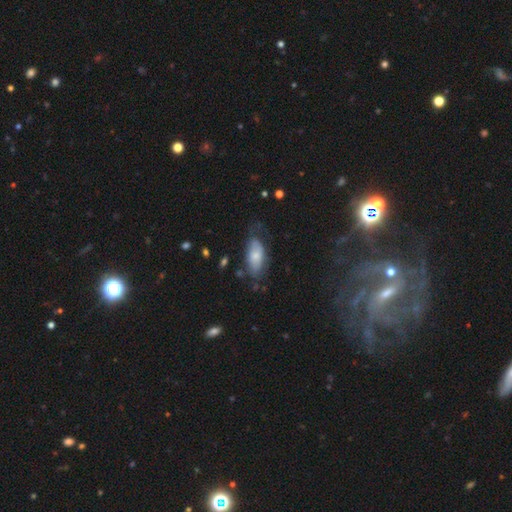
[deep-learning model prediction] smooth 68%, featured or disk 25%, star or artifact 7%. Down the decision tree: how rounded — in between (90%); merging — none (47%).